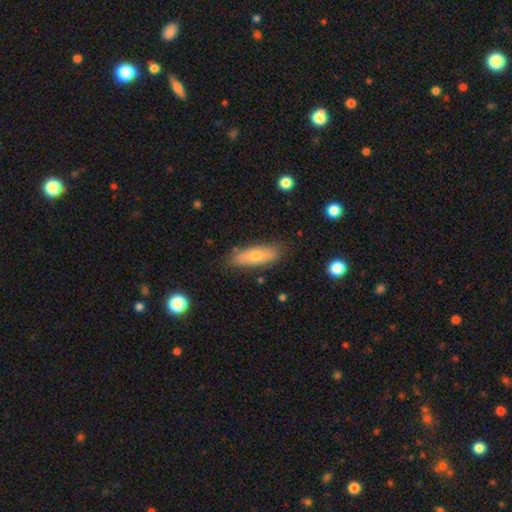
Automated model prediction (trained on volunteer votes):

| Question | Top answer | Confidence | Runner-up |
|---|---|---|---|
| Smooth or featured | smooth | 60% | featured or disk (33%) |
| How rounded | in between | 57% | cigar-shaped (41%) |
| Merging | none | 82% | minor disturbance (13%) |